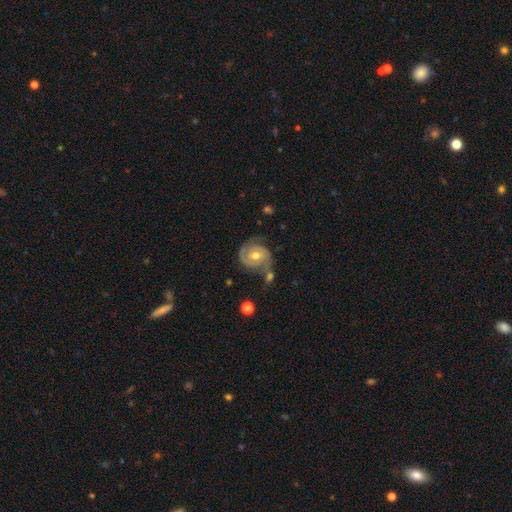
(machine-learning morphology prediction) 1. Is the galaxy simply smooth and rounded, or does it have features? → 82% featured or disk, 12% smooth, 6% star or artifact.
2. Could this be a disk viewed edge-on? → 98% no, 2% yes.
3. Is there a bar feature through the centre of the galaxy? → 60% no, 33% weak, 8% strong.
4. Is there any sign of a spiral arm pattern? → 94% yes, 6% no.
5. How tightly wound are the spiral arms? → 51% tight, 38% medium, 11% loose.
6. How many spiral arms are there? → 81% 2, 7% can't tell, 7% 1, 3% 3, 1% 4, 1% more than 4.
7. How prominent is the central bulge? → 77% moderate, 16% small, 5% large, 1% none, 1% dominant.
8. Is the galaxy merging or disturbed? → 59% none, 20% minor disturbance, 12% merger, 10% major disturbance.